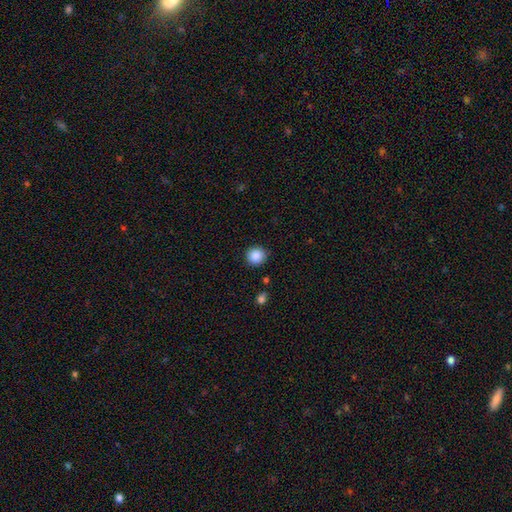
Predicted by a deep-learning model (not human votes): A smooth galaxy with no disk features (87%) that is round (91%). Merging: none (88%).